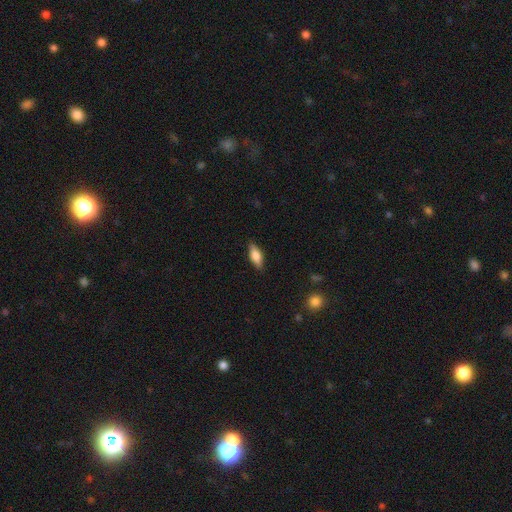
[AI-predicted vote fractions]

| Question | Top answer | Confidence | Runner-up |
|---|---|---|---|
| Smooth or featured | smooth | 73% | featured or disk (20%) |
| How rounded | in between | 72% | cigar-shaped (25%) |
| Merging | none | 86% | minor disturbance (11%) |